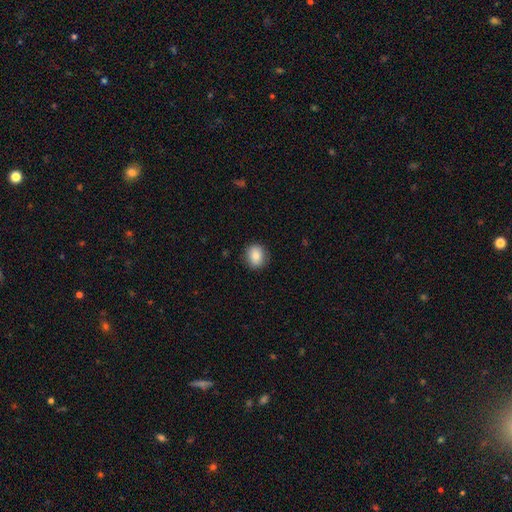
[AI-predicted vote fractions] This is clearly a smooth galaxy (82%). How rounded: likely round (75%). Merging: clearly none (87%).